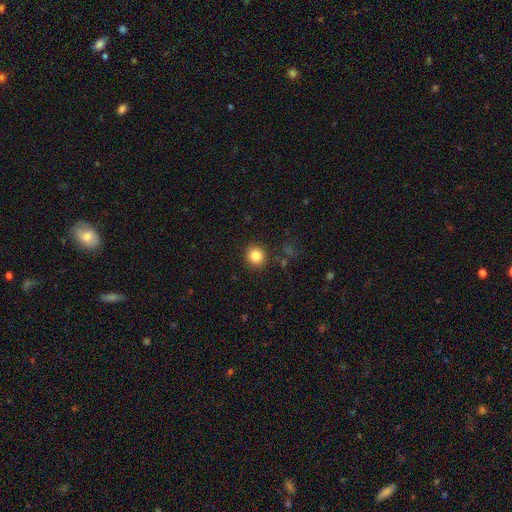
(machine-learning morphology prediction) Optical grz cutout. It shows a smooth galaxy with no disk features (85%) that is round (89%). Merging: none (89%).